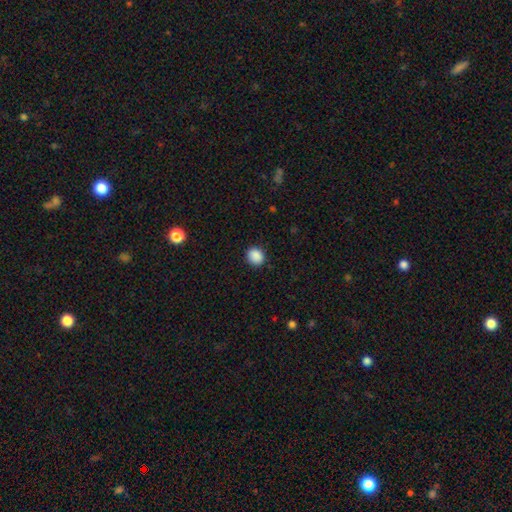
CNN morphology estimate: Q: Smooth or featured?
A: smooth (89%); runner-up: star or artifact (9%)
Q: How rounded?
A: round (73%); runner-up: in between (26%)
Q: Merging?
A: none (89%); runner-up: minor disturbance (8%)